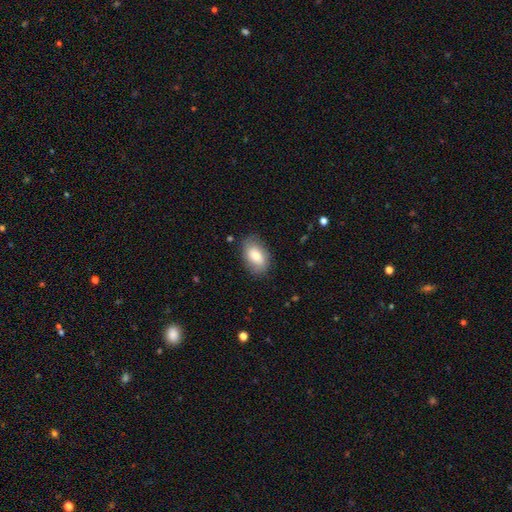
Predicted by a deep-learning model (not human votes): smooth_or_featured: smooth (p=0.76) [alt: featured or disk p=0.17]
how_rounded: in between (p=0.91) [alt: round p=0.08]
merging: none (p=0.81) [alt: minor disturbance p=0.14]